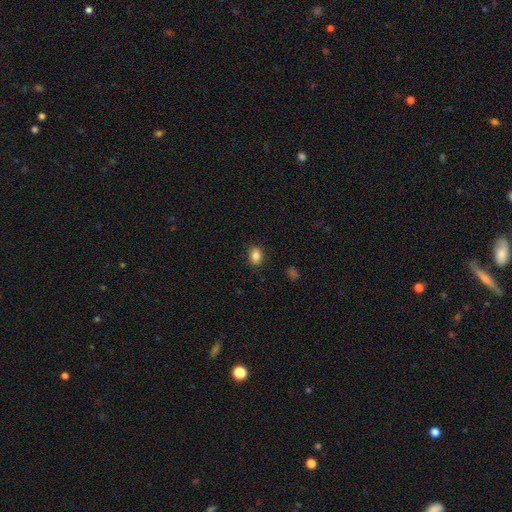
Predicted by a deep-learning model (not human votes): smooth-or-featured: smooth: 84% | star or artifact: 10% | featured or disk: 6%
  how-rounded: in between: 67% | round: 32% | cigar-shaped: 1%
  merging: none: 85% | minor disturbance: 11% | major disturbance: 3% | merger: 1%